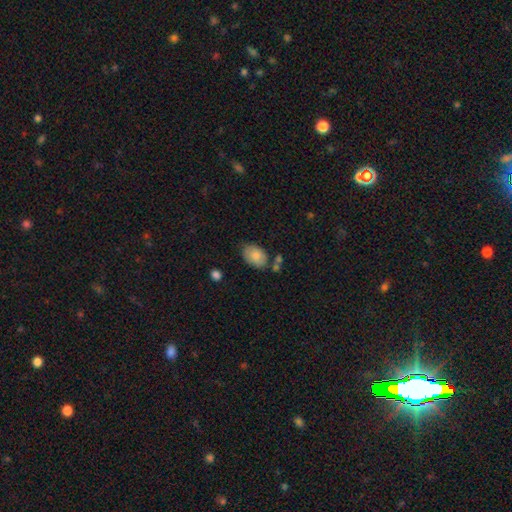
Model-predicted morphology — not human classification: Q: Smooth or featured?
A: smooth (84%); runner-up: featured or disk (9%)
Q: How rounded?
A: in between (88%); runner-up: round (11%)
Q: Merging?
A: none (67%); runner-up: minor disturbance (21%)